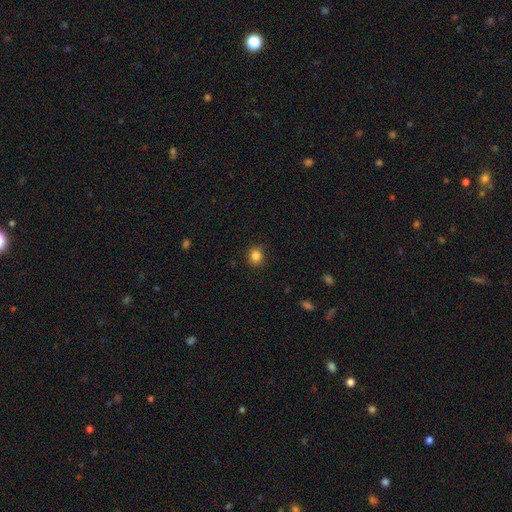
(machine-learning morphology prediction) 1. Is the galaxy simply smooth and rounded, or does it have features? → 84% smooth, 11% star or artifact, 5% featured or disk.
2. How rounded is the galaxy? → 81% round, 18% in between, 1% cigar-shaped.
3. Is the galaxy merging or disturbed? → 91% none, 6% minor disturbance, 2% major disturbance, 1% merger.